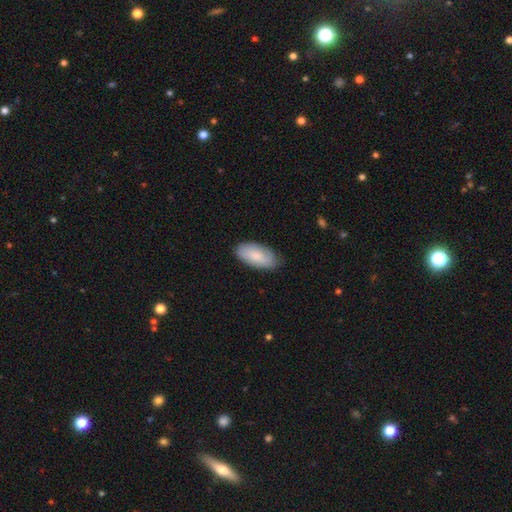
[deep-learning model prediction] Smooth or featured: smooth — 78% (featured or disk — 17%)
How rounded: in between — 92% (cigar-shaped — 6%)
Merging: none — 77% (minor disturbance — 19%)